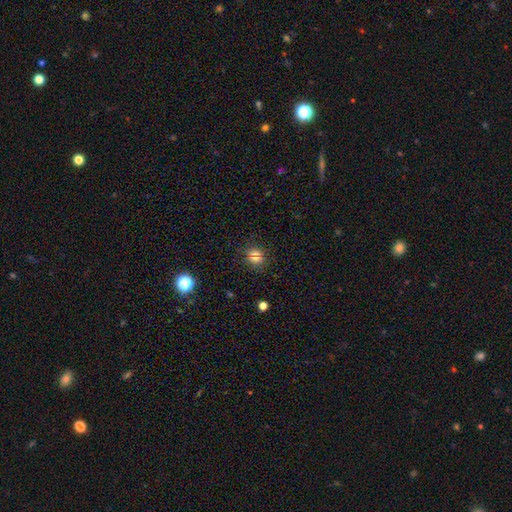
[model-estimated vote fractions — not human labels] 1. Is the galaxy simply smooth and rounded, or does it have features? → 67% smooth, 24% star or artifact, 9% featured or disk.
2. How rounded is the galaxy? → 87% round, 12% in between, 1% cigar-shaped.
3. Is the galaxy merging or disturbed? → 82% none, 8% minor disturbance, 7% merger, 3% major disturbance.